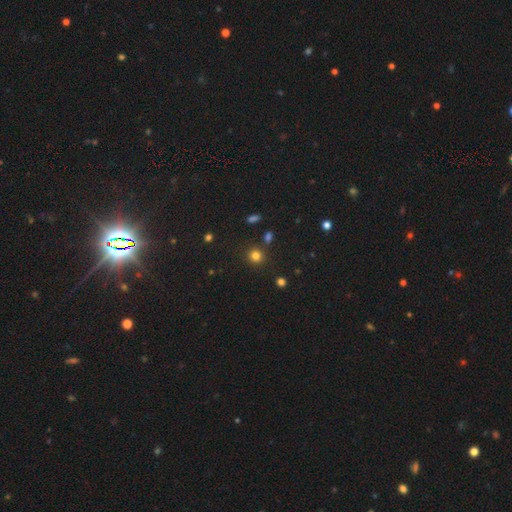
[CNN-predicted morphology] The model was most divided on "smooth or featured": smooth: 79%, star or artifact: 16%, featured or disk: 5%. More confident: how rounded — round (90%); merging — none (85%).